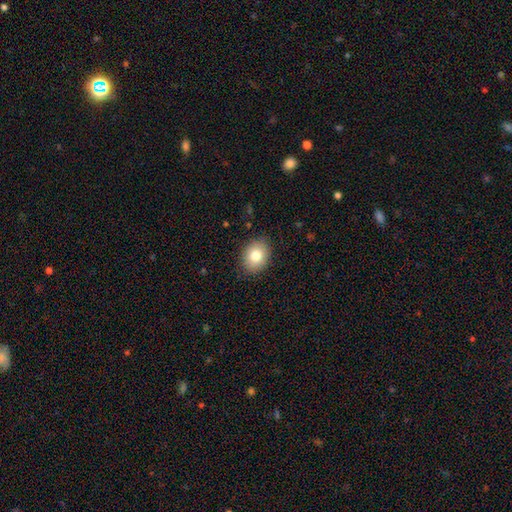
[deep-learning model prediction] This is clearly a smooth galaxy (81%). How rounded: possibly in between (60%). Merging: clearly none (87%).